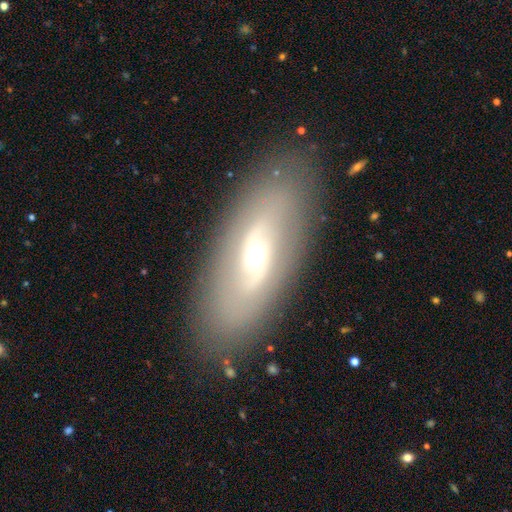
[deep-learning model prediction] Q: Smooth or featured?
A: featured or disk (67%); runner-up: smooth (25%)
Q: Edge-on disk?
A: no (87%); runner-up: yes (13%)
Q: Bar?
A: weak (44%); runner-up: no (38%)
Q: Spiral arms?
A: yes (67%); runner-up: no (33%)
Q: Bulge size?
A: moderate (60%); runner-up: small (31%)
Q: Merging?
A: none (84%); runner-up: minor disturbance (10%)